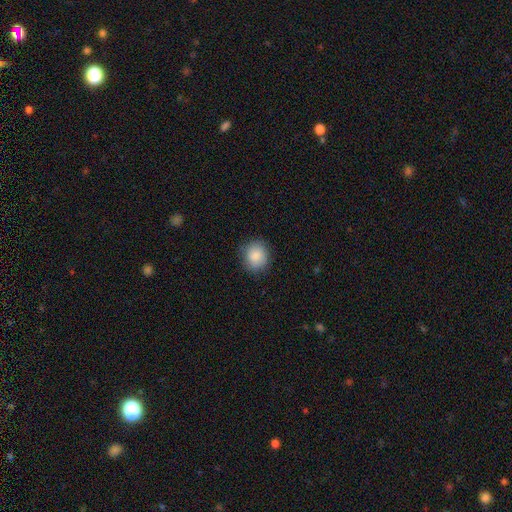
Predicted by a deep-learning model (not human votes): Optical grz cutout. It shows a smooth galaxy with no disk features (88%) that is round (80%). Merging: none (86%).